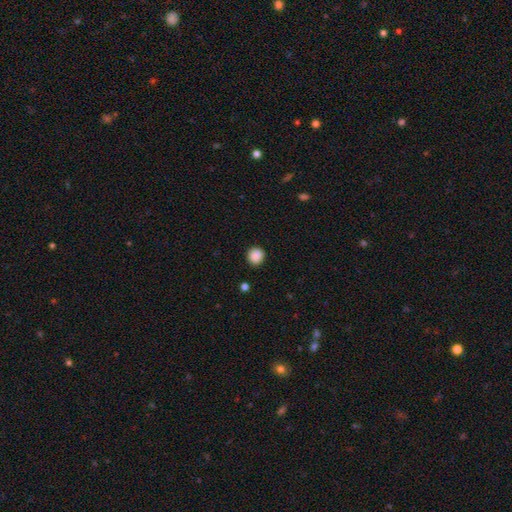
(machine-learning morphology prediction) The model was most divided on "how rounded": round: 84%, in between: 15%, cigar-shaped: 1%. More confident: smooth or featured — smooth (89%); merging — none (88%).